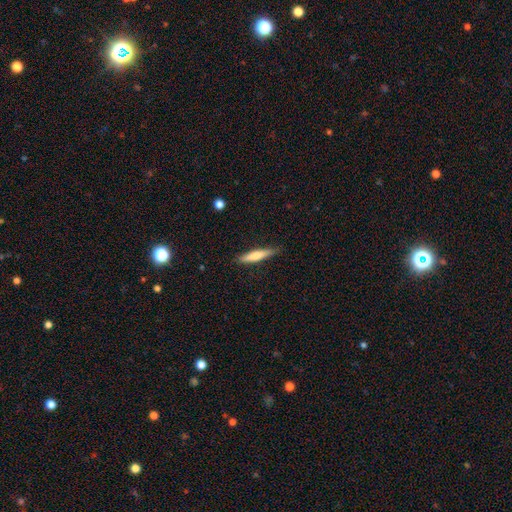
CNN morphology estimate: smooth-or-featured: smooth: 64% | featured or disk: 30% | star or artifact: 5%
  how-rounded: cigar-shaped: 87% | in between: 11% | round: 1%
  merging: none: 87% | minor disturbance: 10% | major disturbance: 2% | merger: 1%